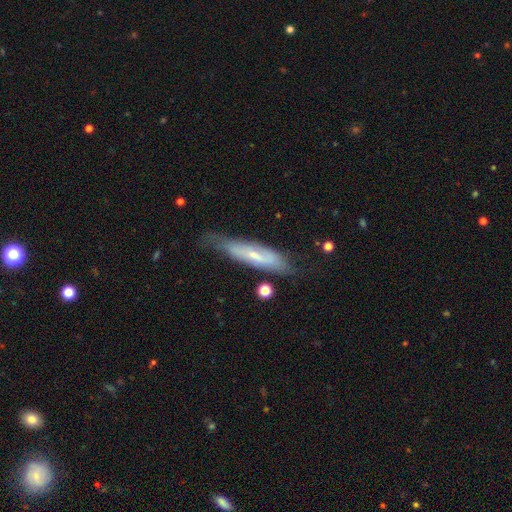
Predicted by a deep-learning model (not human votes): This is possibly a featured or disk galaxy (56%). It is possibly viewed edge-on (50%, tied with no). Merging: possibly none (59%).